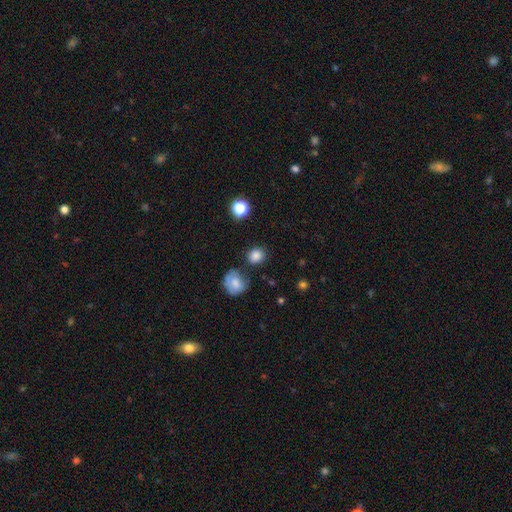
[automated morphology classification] Smooth or featured?
  - smooth: 83% *
  - star or artifact: 11%
  - featured or disk: 6%
How rounded?
  - round: 77% *
  - in between: 22%
  - cigar-shaped: 1%
Merging?
  - none: 77% *
  - minor disturbance: 13%
  - merger: 6%
  - major disturbance: 4%